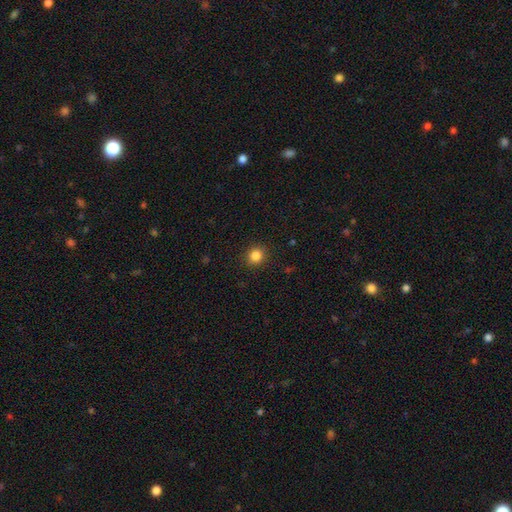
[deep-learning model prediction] Q: Smooth or featured?
A: smooth (85%); runner-up: star or artifact (11%)
Q: How rounded?
A: round (86%); runner-up: in between (13%)
Q: Merging?
A: none (90%); runner-up: minor disturbance (7%)